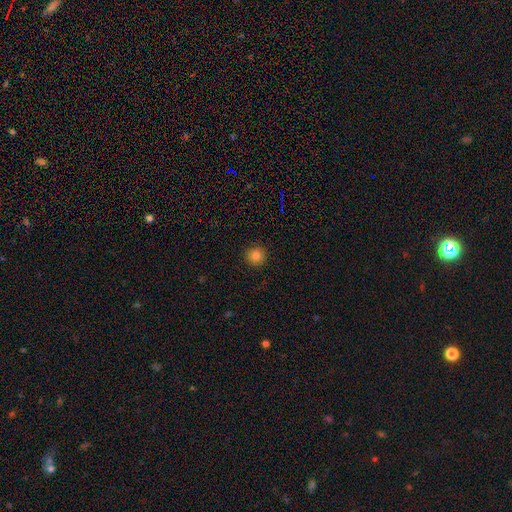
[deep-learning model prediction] The model was most divided on "smooth or featured": smooth: 82%, star or artifact: 12%, featured or disk: 5%. More confident: how rounded — round (95%); merging — none (92%).